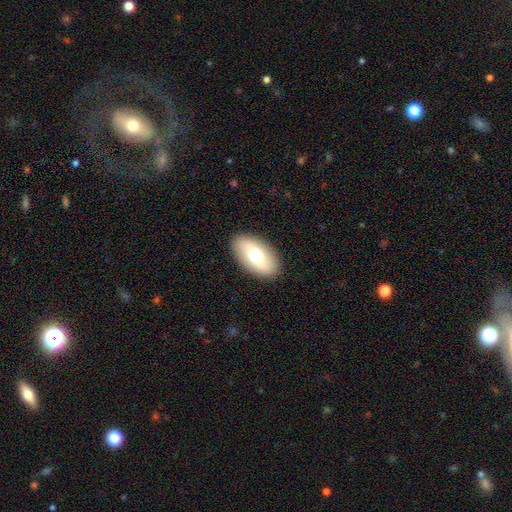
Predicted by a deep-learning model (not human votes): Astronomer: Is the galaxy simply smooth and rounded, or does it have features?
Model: smooth — 65%.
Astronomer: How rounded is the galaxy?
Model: in between — 92%.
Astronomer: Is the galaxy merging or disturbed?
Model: none — 88%.